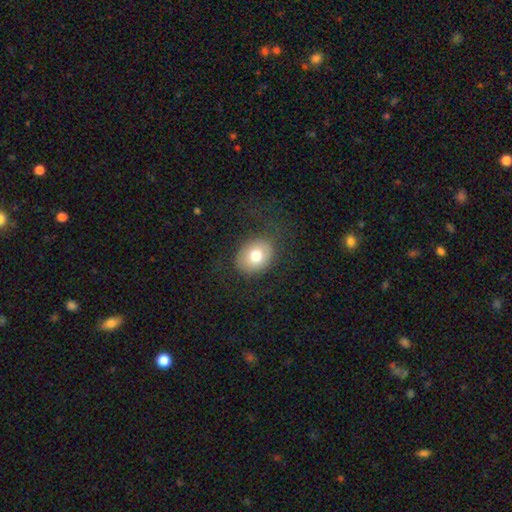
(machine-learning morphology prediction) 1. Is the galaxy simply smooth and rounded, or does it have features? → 73% smooth, 18% featured or disk, 9% star or artifact.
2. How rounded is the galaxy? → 51% round, 49% in between, 1% cigar-shaped.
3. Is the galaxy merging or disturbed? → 79% none, 12% minor disturbance, 9% major disturbance, 1% merger.